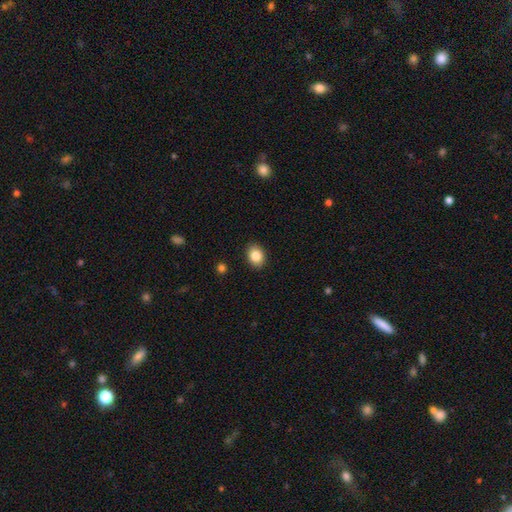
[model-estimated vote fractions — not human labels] smooth 85%, star or artifact 9%, featured or disk 6%. Down the decision tree: how rounded — in between (64%); merging — none (90%).